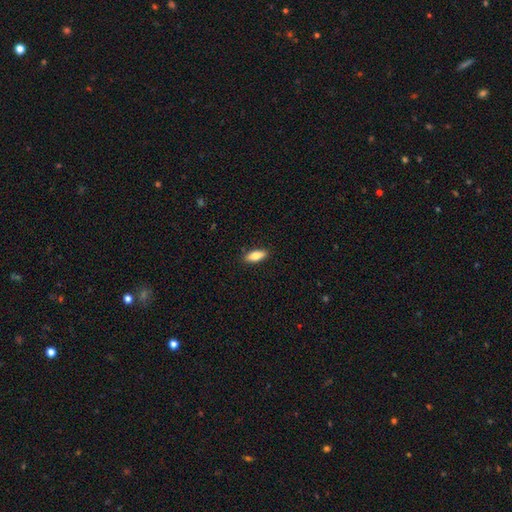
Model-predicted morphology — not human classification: Smooth or featured: smooth — 79% (featured or disk — 15%)
How rounded: in between — 72% (cigar-shaped — 25%)
Merging: none — 89% (minor disturbance — 8%)